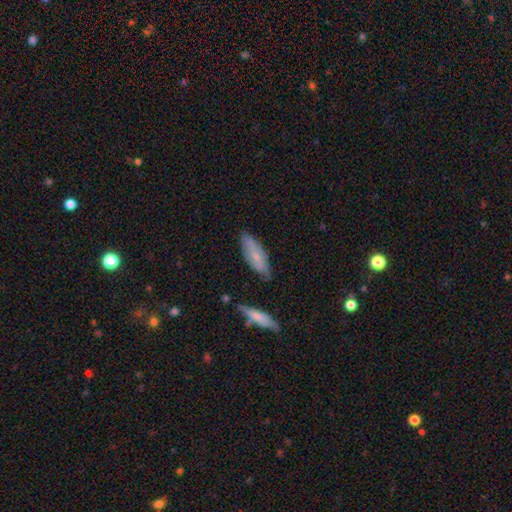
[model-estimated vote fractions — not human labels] A smooth galaxy with no disk features (59%) that is in between round and cigar-shaped (62%).

Vote fractions:
- Smooth or featured? smooth: 59% / featured or disk: 34% / star or artifact: 7%
- How rounded? in between: 62% / cigar-shaped: 35% / round: 2%
- Merging? none: 75% / minor disturbance: 18% / major disturbance: 4% / merger: 3%